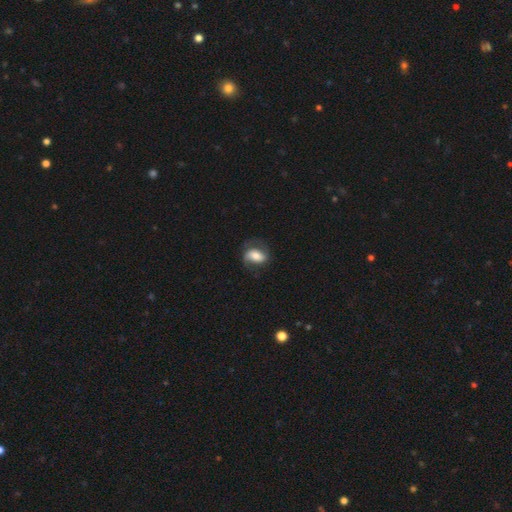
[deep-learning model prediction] smooth 47%, featured or disk 46%, star or artifact 7%. Down the decision tree: merging — none (60%).